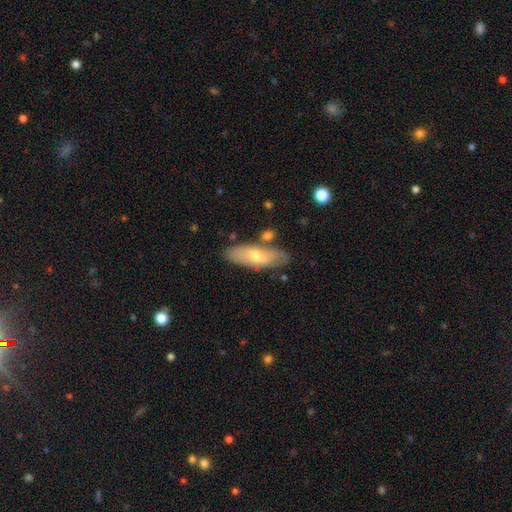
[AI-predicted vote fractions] Q: Smooth or featured?
A: smooth (52%); runner-up: featured or disk (42%)
Q: How rounded?
A: in between (64%); runner-up: cigar-shaped (33%)
Q: Merging?
A: none (74%); runner-up: minor disturbance (16%)